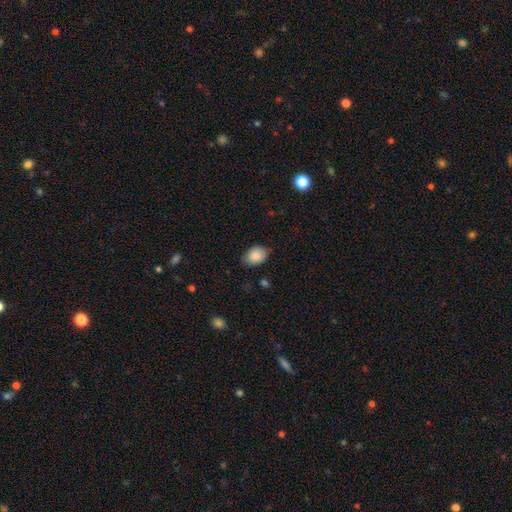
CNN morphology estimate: smooth-or-featured: smooth: 88% | star or artifact: 7% | featured or disk: 5%
  how-rounded: in between: 81% | round: 18% | cigar-shaped: 1%
  merging: none: 79% | minor disturbance: 17% | major disturbance: 3% | merger: 1%